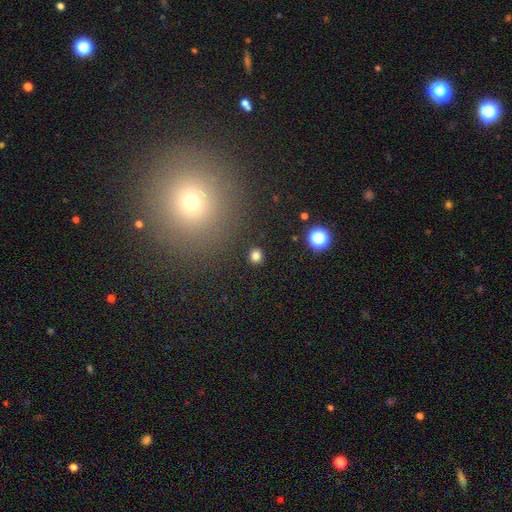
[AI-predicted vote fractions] This is clearly a smooth galaxy (81%). How rounded: clearly round (84%). Merging: clearly none (91%).